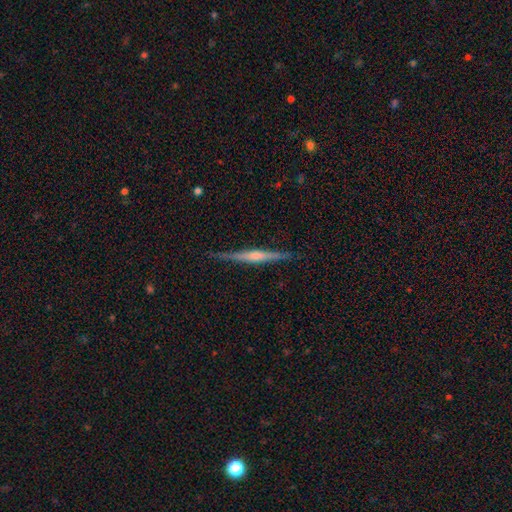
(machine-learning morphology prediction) smooth-or-featured: featured or disk: 80% | smooth: 14% | star or artifact: 7%
  disk-edge-on: yes: 98% | no: 2%
    edge-on-bulge: rounded: 76% | none: 14% | boxy: 9%
  merging: none: 90% | minor disturbance: 7% | major disturbance: 1% | merger: 1%